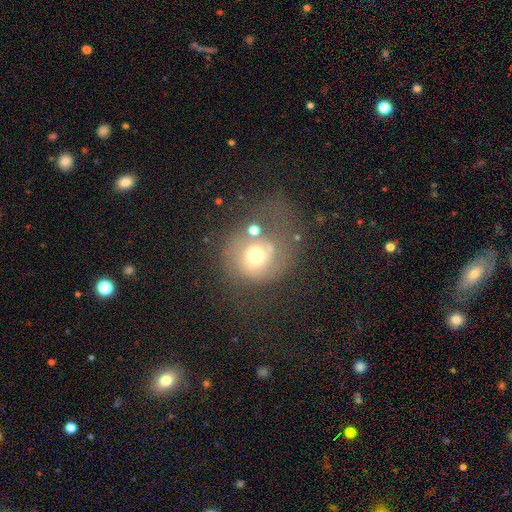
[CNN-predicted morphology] smooth-or-featured: smooth: 54% | featured or disk: 32% | star or artifact: 14%
  how-rounded: round: 82% | in between: 17% | cigar-shaped: 1%
  merging: none: 37% | major disturbance: 30% | minor disturbance: 17% | merger: 15%